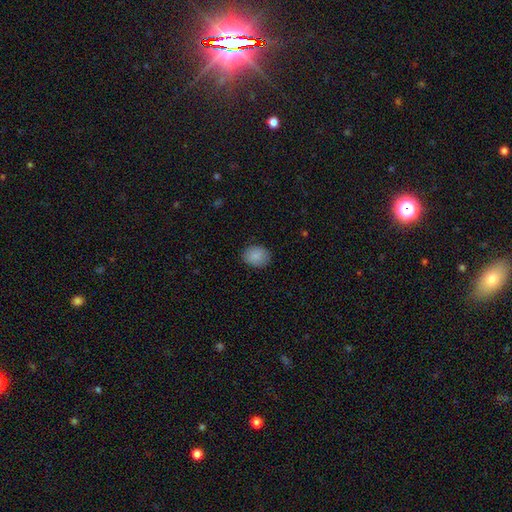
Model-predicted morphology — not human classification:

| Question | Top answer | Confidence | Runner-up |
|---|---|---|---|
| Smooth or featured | smooth | 88% | star or artifact (8%) |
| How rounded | round | 58% | in between (41%) |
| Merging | none | 86% | minor disturbance (10%) |